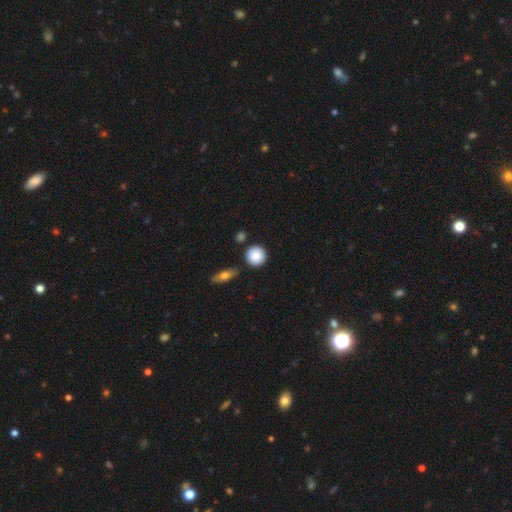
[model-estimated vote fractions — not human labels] Overall: smooth (87%). How rounded: round (92%). Merging: none (84%).